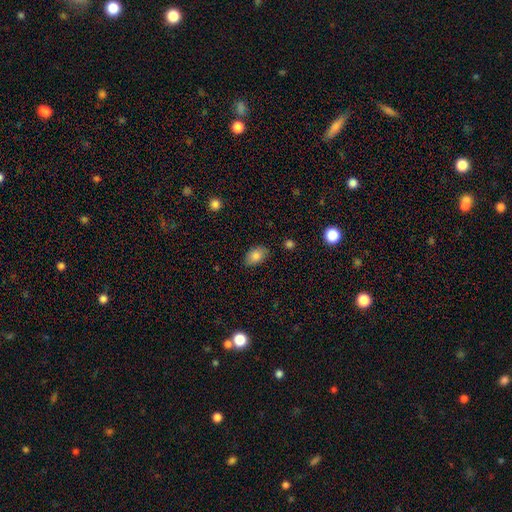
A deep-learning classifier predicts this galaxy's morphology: smooth-or-featured: smooth: 84% | star or artifact: 8% | featured or disk: 7%
  how-rounded: in between: 88% | round: 11% | cigar-shaped: 1%
  merging: none: 82% | minor disturbance: 14% | major disturbance: 3% | merger: 1%